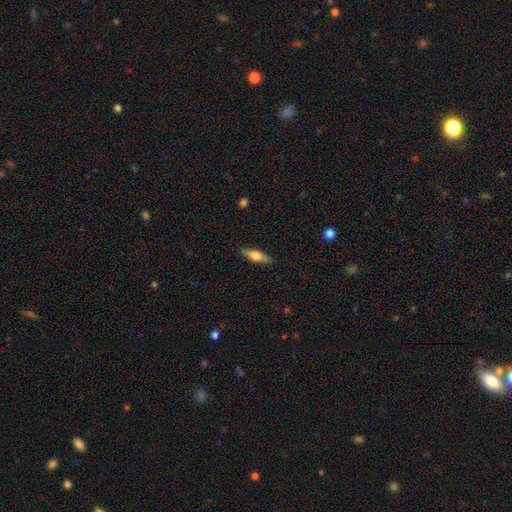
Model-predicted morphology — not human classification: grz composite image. It shows a smooth galaxy with no disk features (54%) that is cigar-shaped (52%). Merging: none (88%).